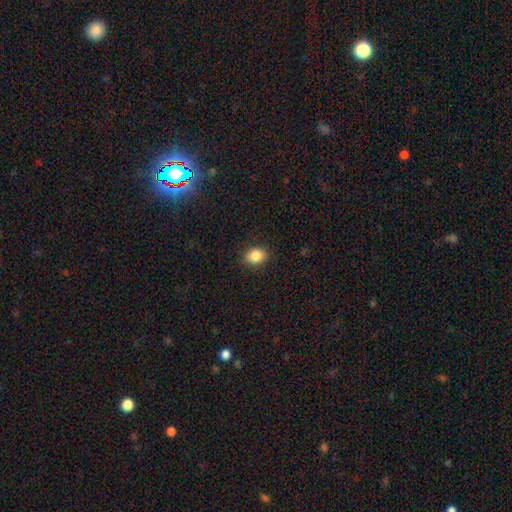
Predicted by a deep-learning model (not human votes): Smooth or featured?
  - smooth: 86% *
  - star or artifact: 9%
  - featured or disk: 5%
How rounded?
  - in between: 61% *
  - round: 38%
  - cigar-shaped: 1%
Merging?
  - none: 89% *
  - minor disturbance: 8%
  - major disturbance: 2%
  - merger: 1%